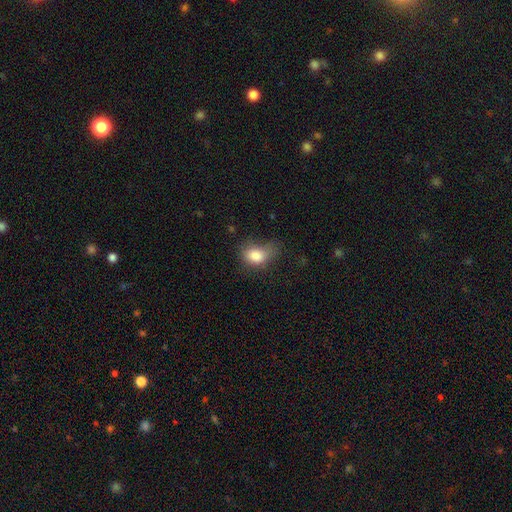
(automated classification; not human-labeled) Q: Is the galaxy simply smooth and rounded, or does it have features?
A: smooth — 80%.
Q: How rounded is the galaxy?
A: in between — 74%.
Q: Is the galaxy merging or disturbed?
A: minor disturbance — 38%.